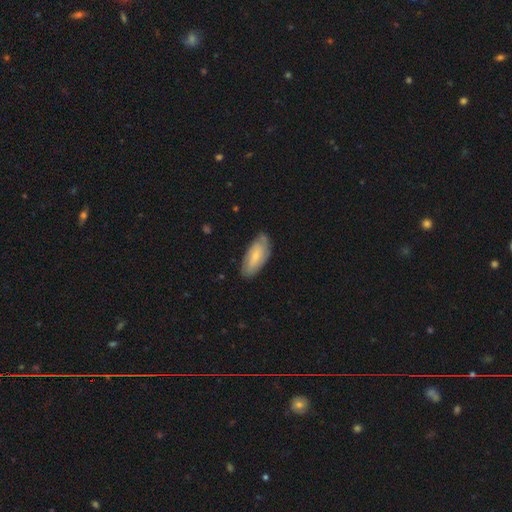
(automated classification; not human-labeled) smooth_or_featured: smooth (p=0.60) [alt: featured or disk p=0.34]
how_rounded: in between (p=0.85) [alt: cigar-shaped p=0.13]
merging: none (p=0.73) [alt: minor disturbance p=0.22]